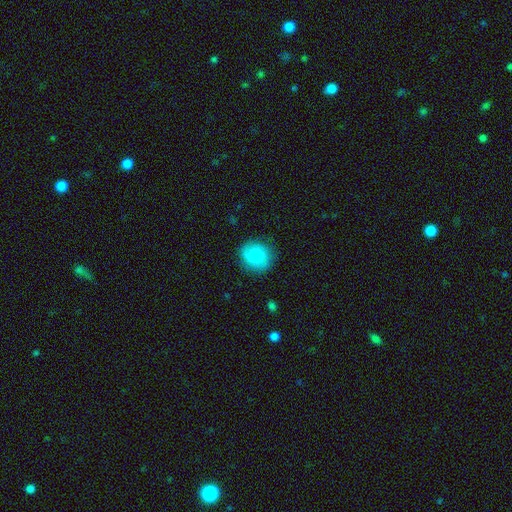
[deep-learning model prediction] Smooth or featured: smooth — 67% (featured or disk — 25%)
How rounded: round — 87% (in between — 12%)
Merging: none — 81% (minor disturbance — 14%)